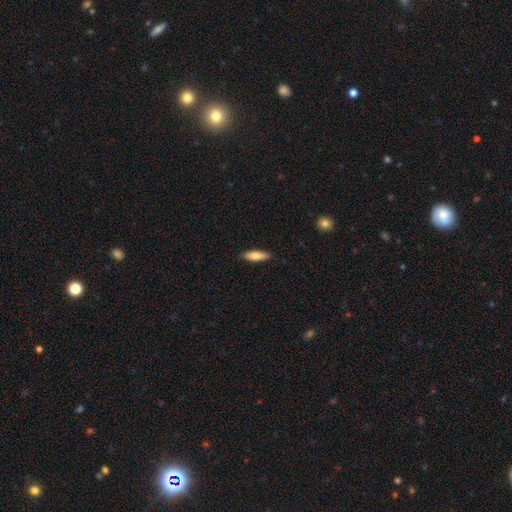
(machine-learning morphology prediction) The model was most divided on "how rounded": cigar-shaped: 50%, in between: 48%, round: 2%. More confident: merging — none (89%); smooth or featured — smooth (78%).